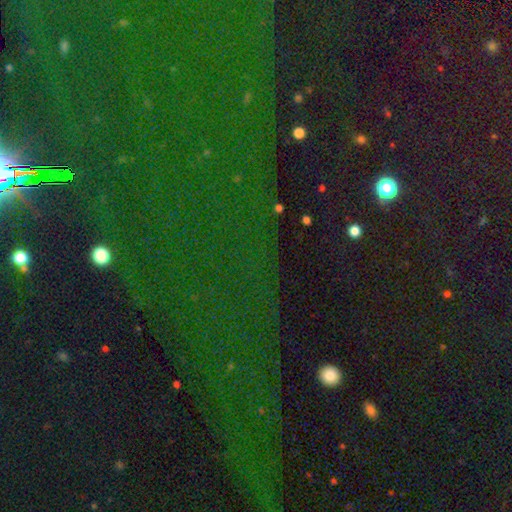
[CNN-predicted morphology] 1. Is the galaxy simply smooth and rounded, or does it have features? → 82% star or artifact, 10% smooth, 8% featured or disk.